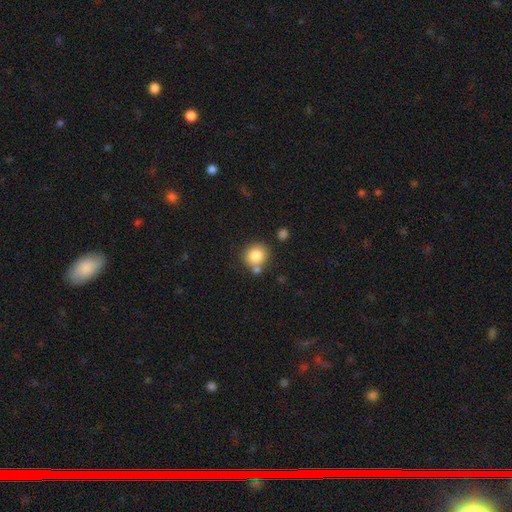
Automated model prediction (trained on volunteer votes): smooth 83%, star or artifact 9%, featured or disk 7%. Down the decision tree: how rounded — round (86%); merging — none (69%).